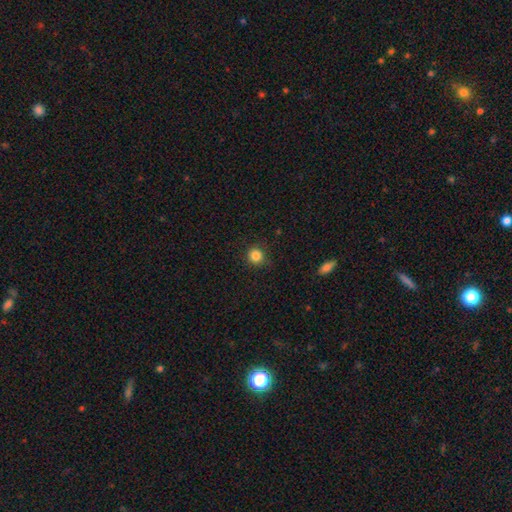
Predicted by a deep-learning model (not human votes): A smooth galaxy with no disk features (85%) that is round (92%). Merging: none (86%).